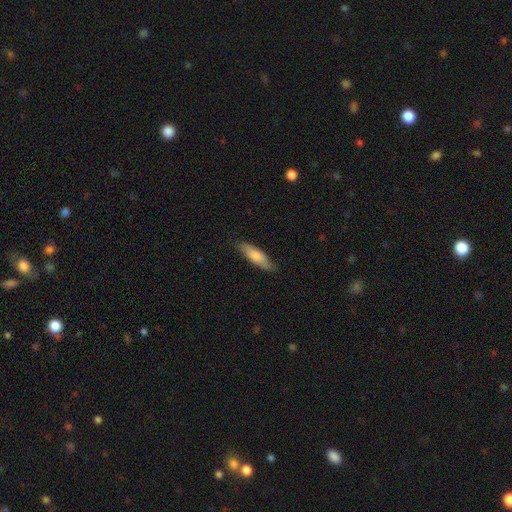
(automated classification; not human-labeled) smooth-or-featured: smooth: 72% | featured or disk: 23% | star or artifact: 5%
  how-rounded: cigar-shaped: 58% | in between: 40% | round: 2%
  merging: none: 83% | minor disturbance: 14% | major disturbance: 2% | merger: 1%